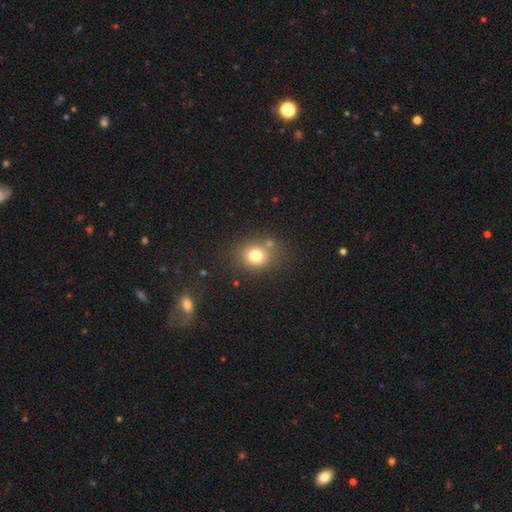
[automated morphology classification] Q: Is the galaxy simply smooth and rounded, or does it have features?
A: smooth — 76%.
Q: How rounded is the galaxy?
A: round — 65%.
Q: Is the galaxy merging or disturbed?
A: none — 70%.